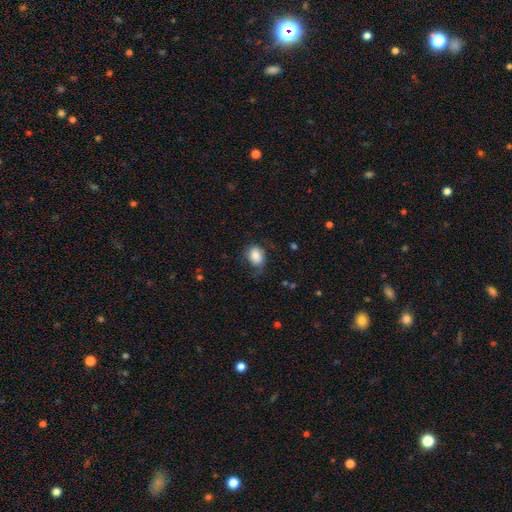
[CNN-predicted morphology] The model was most divided on "how rounded": in between: 61%, round: 38%, cigar-shaped: 1%. More confident: smooth or featured — smooth (77%); merging — none (57%).